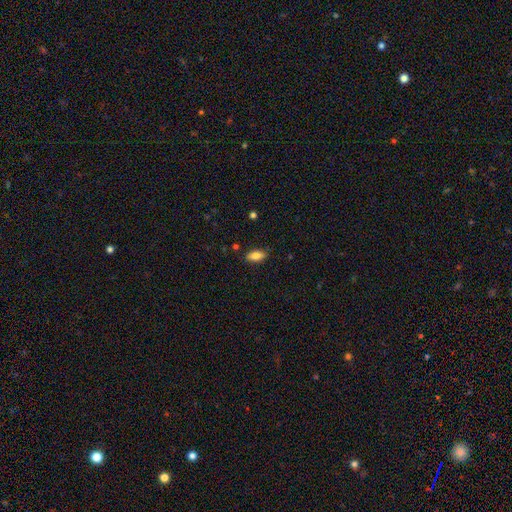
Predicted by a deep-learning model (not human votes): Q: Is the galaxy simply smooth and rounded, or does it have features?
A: smooth — 84%.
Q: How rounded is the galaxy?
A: in between — 88%.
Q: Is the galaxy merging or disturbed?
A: none — 85%.